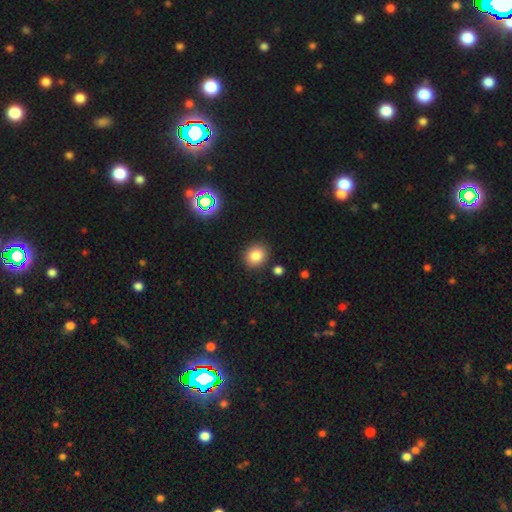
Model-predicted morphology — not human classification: Q: Smooth or featured?
A: smooth (84%); runner-up: star or artifact (11%)
Q: How rounded?
A: round (75%); runner-up: in between (24%)
Q: Merging?
A: none (86%); runner-up: minor disturbance (8%)